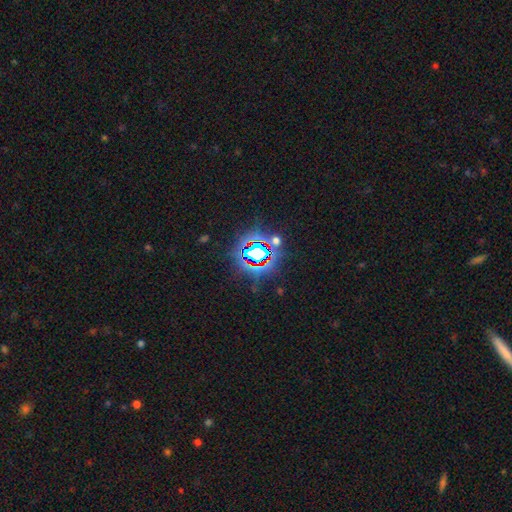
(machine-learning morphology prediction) This is likely a star or artifact rather than a galaxy (77%).